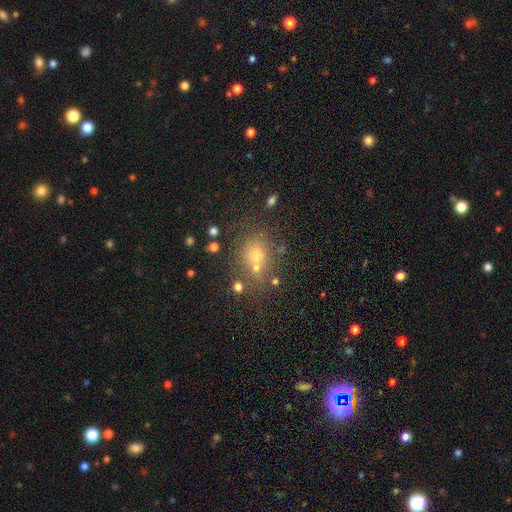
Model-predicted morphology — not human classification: This appears to be a smooth galaxy with no disk features (67%) that is round (54%). Merging: none (59%).